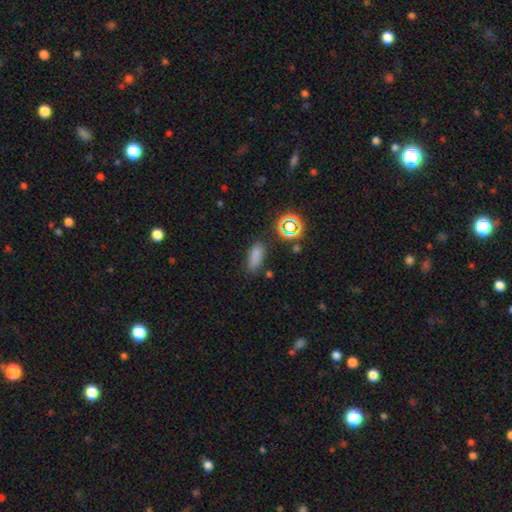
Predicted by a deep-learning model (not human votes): smooth 76%, star or artifact 17%, featured or disk 7%. Down the decision tree: how rounded — in between (69%); merging — none (77%).